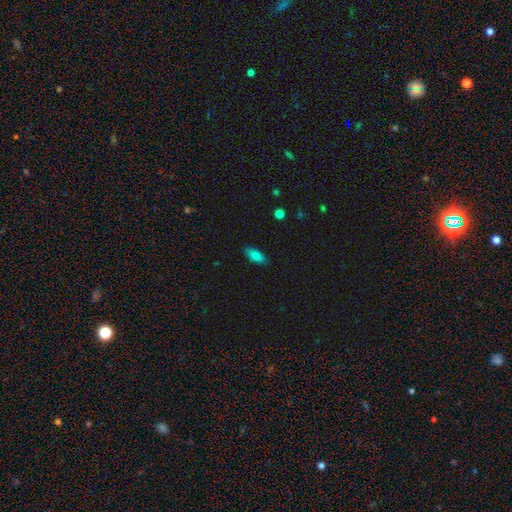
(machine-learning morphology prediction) This is clearly a smooth galaxy (84%). How rounded: clearly in between (83%). Merging: clearly none (86%).